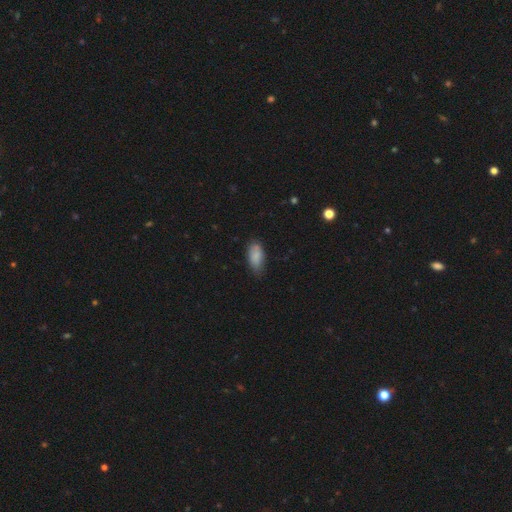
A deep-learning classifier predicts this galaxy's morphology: Smooth or featured? Predicted: smooth (p=0.84). How rounded? Predicted: in between (p=0.90). Merging? Predicted: none (p=0.69).